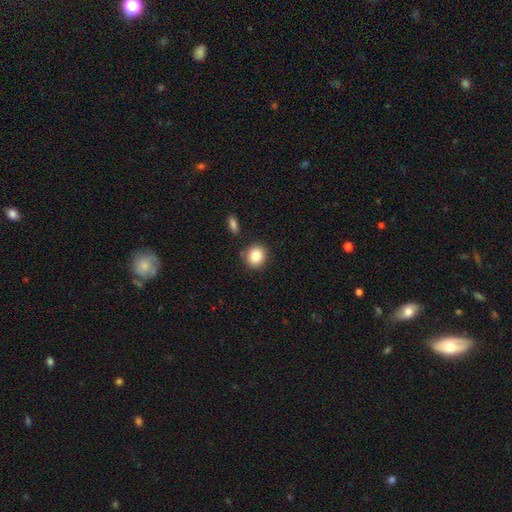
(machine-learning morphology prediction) This appears to be a smooth galaxy with no disk features (86%) that is round (81%). Merging: none (83%).